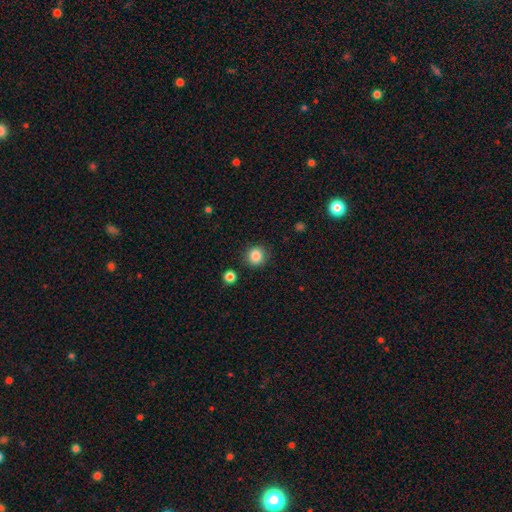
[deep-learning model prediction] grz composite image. It shows a smooth galaxy with no disk features (86%) that is round (88%). Merging: none (86%).